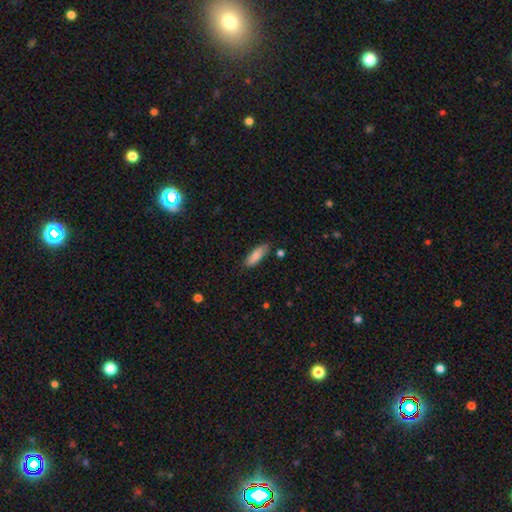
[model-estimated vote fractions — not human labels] Morphology: type=smooth (81%); roundness=in between (63%); merging=none (79%).